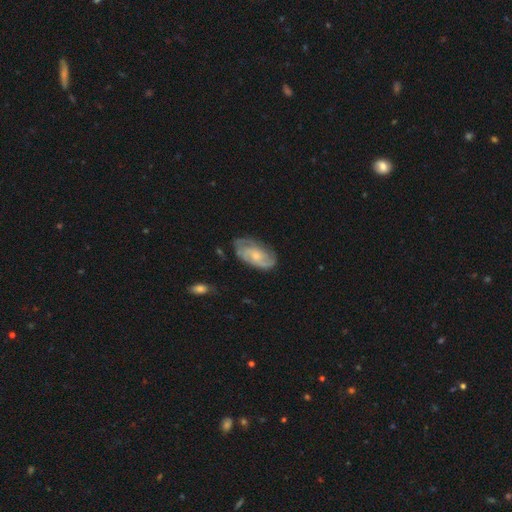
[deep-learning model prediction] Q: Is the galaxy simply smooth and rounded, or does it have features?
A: featured or disk — 77%.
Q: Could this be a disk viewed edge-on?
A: no — 96%.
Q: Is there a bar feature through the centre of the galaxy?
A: no — 69%.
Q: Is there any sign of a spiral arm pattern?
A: yes — 94%.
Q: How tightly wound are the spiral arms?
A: tight — 48%.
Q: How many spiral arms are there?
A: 2 — 37%.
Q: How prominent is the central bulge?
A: small — 61%.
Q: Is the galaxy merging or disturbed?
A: none — 68%.